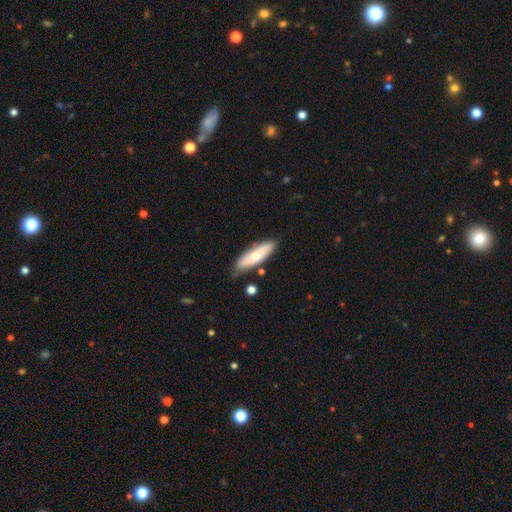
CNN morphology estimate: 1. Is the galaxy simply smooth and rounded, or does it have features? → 66% smooth, 29% featured or disk, 6% star or artifact.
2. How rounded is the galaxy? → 54% cigar-shaped, 44% in between, 2% round.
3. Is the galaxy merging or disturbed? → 79% none, 14% minor disturbance, 4% merger, 3% major disturbance.